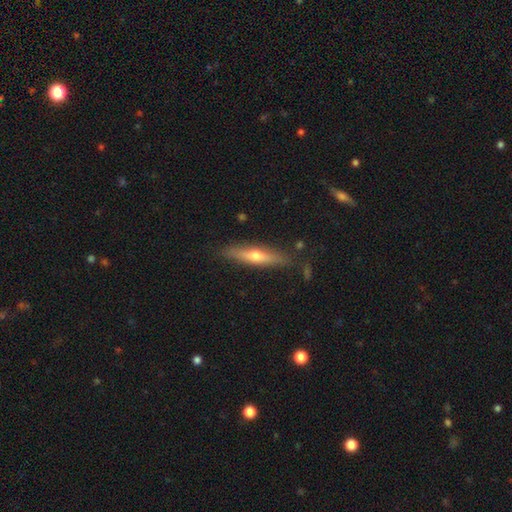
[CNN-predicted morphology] Overall: featured or disk (53%; smooth 41%). Edge-on disk: yes (91%). Merging: none (85%).